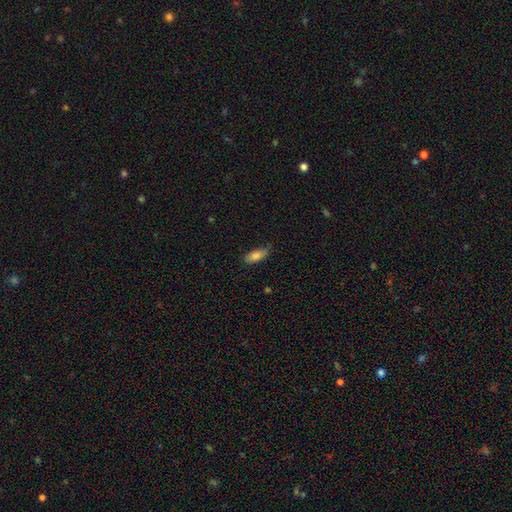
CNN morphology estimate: This is clearly a smooth galaxy (83%). How rounded: likely in between (76%). Merging: likely none (72%).